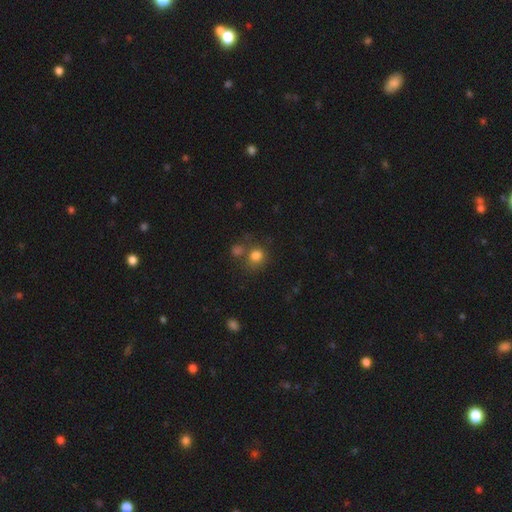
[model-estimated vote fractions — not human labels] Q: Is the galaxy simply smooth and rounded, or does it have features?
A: smooth — 80%.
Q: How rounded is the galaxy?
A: round — 79%.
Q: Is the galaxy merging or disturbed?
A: none — 55%.